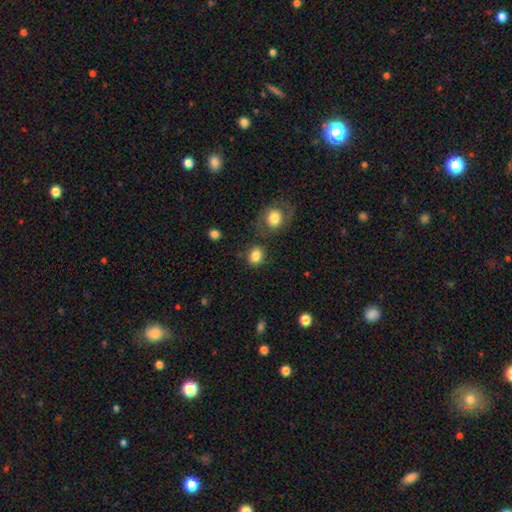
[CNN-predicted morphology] type=smooth (83%); roundness=round (64%); merging=none (76%).